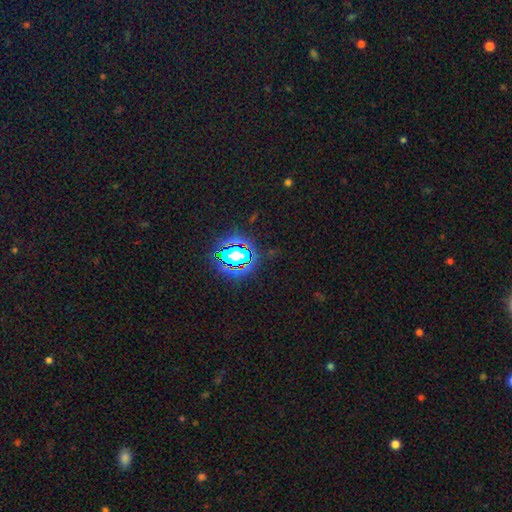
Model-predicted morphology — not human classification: smooth-or-featured: star or artifact: 81% | smooth: 12% | featured or disk: 7%